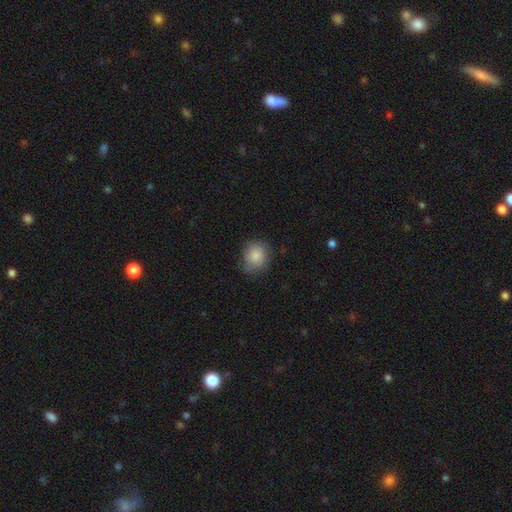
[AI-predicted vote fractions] Overall: smooth (84%). How rounded: round (76%). Merging: none (68%).